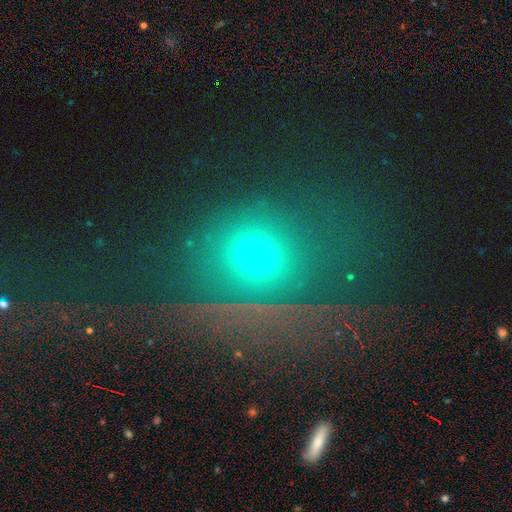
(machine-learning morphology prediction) type=smooth (59%); roundness=round (81%); merging=none (76%).